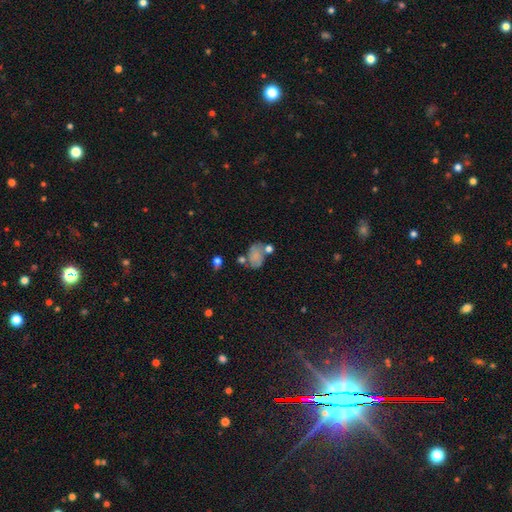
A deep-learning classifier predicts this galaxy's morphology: Overall: smooth (64%; featured or disk 25%). How rounded: in between (72%). Merging: none (42%; minor disturbance 24%).